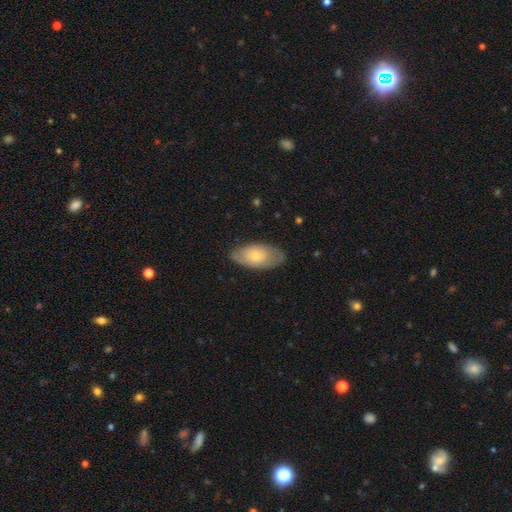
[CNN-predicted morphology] Smooth or featured? Predicted: smooth (p=0.52). How rounded? Predicted: in between (p=0.91). Merging? Predicted: none (p=0.74).